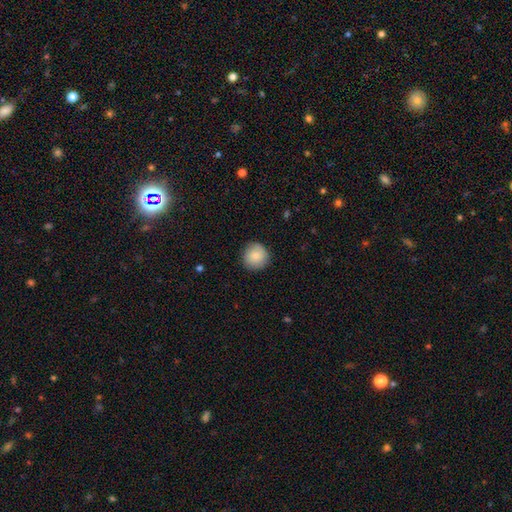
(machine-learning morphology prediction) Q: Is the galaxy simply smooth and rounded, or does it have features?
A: smooth — 86%.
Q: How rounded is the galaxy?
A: round — 95%.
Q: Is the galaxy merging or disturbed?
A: none — 89%.